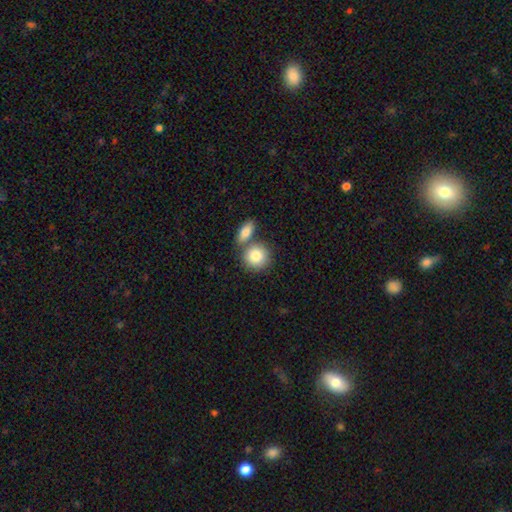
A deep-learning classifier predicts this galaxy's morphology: smooth-or-featured: smooth: 83% | featured or disk: 11% | star or artifact: 7%
  how-rounded: round: 81% | in between: 17% | cigar-shaped: 1%
  merging: none: 55% | merger: 34% | minor disturbance: 9% | major disturbance: 3%